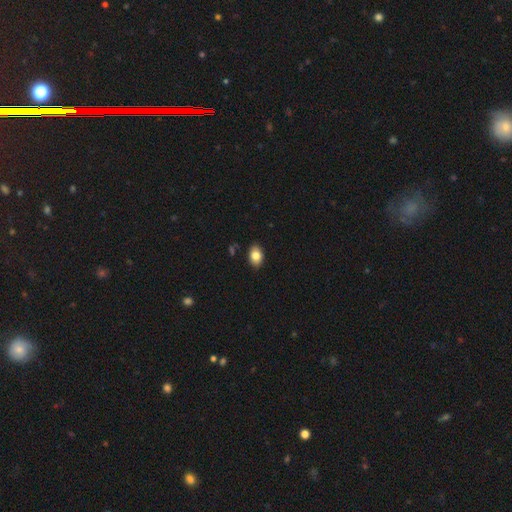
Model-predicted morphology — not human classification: Smooth or featured? smooth (82%)
How rounded? in between (84%)
Merging? none (88%)